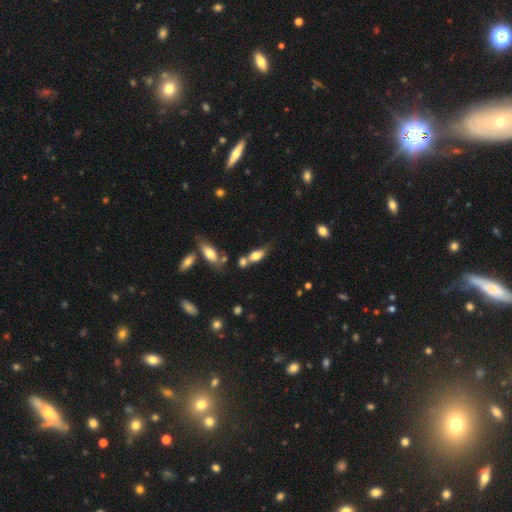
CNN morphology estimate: This appears to be a smooth galaxy with no disk features (73%) that is in between round and cigar-shaped (80%). Merging: none (41%).